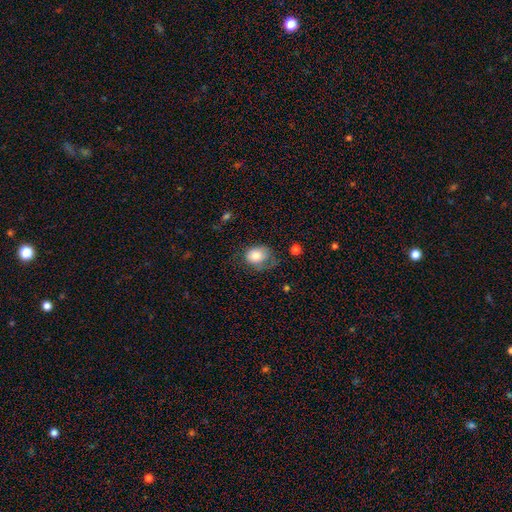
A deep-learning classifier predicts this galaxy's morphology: type=smooth (77%); roundness=in between (57%); merging=none (37%).